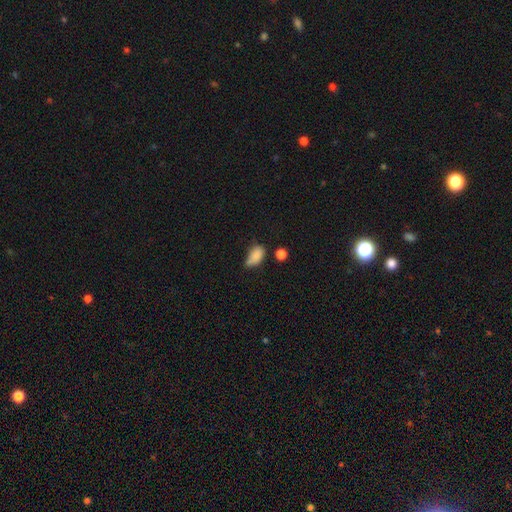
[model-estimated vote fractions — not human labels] Smooth or featured: smooth — 83% (star or artifact — 10%)
How rounded: in between — 87% (round — 10%)
Merging: minor disturbance — 39% (tied with none — 39%)